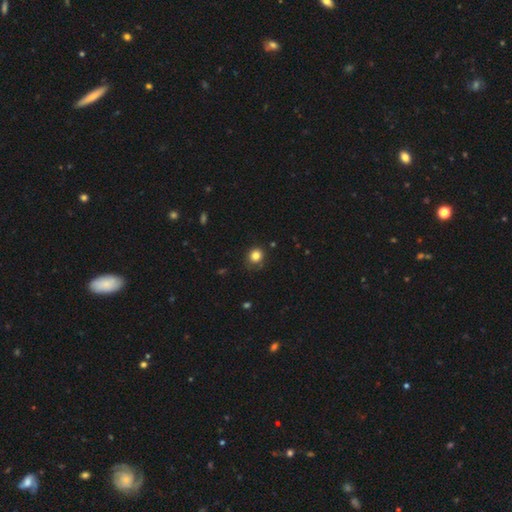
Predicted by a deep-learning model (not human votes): smooth-or-featured: smooth: 82% | star or artifact: 11% | featured or disk: 7%
  how-rounded: round: 80% | in between: 19% | cigar-shaped: 1%
  merging: none: 71% | minor disturbance: 20% | major disturbance: 6% | merger: 2%